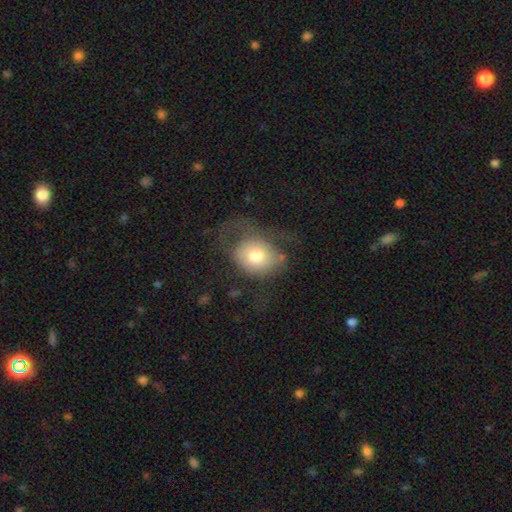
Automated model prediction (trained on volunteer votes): Smooth or featured?
  - smooth: 66% *
  - featured or disk: 26%
  - star or artifact: 8%
How rounded?
  - in between: 50% *
  - round: 49%
  - cigar-shaped: 1%
Merging?
  - major disturbance: 45% *
  - none: 30%
  - minor disturbance: 22%
  - merger: 3%